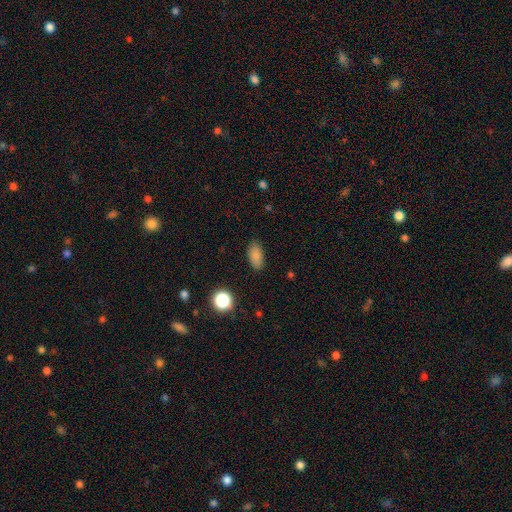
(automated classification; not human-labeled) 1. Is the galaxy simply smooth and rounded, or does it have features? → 84% smooth, 10% star or artifact, 5% featured or disk.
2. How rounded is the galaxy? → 90% in between, 5% round, 4% cigar-shaped.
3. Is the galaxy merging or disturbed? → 84% none, 11% minor disturbance, 3% major disturbance, 1% merger.